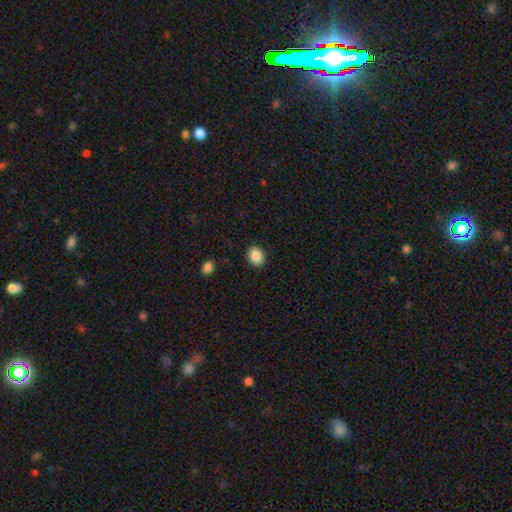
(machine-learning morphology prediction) Smooth or featured?
  - smooth: 88% *
  - star or artifact: 8%
  - featured or disk: 4%
How rounded?
  - in between: 50% *
  - round: 49%
  - cigar-shaped: 1%
Merging?
  - none: 90% *
  - minor disturbance: 7%
  - major disturbance: 2%
  - merger: 1%